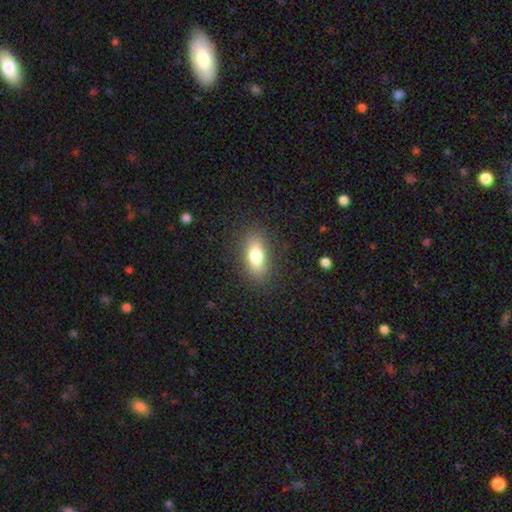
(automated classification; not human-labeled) smooth 76%, featured or disk 16%, star or artifact 8%. Down the decision tree: how rounded — in between (77%); merging — none (86%).